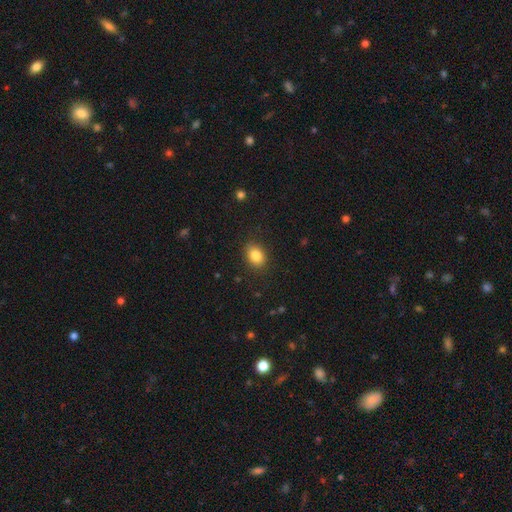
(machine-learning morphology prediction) Smooth or featured? Predicted: smooth (p=0.85). How rounded? Predicted: in between (p=0.66). Merging? Predicted: none (p=0.85).